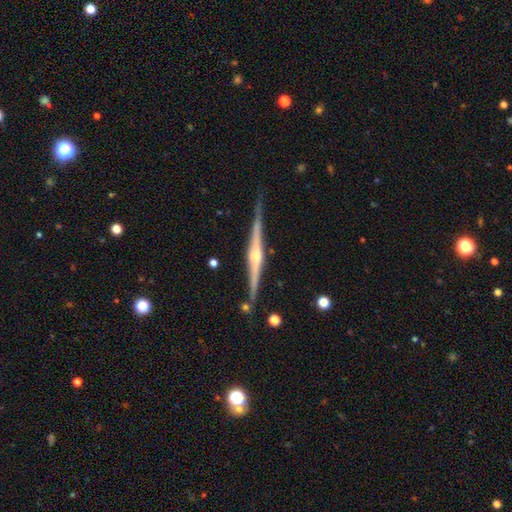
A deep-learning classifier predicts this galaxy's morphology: Smooth or featured: featured or disk — 88% (smooth — 7%)
Edge-on disk: yes — 98% (no — 2%)
Edge-on bulge: rounded — 85% (boxy — 10%)
Merging: none — 84% (minor disturbance — 11%)